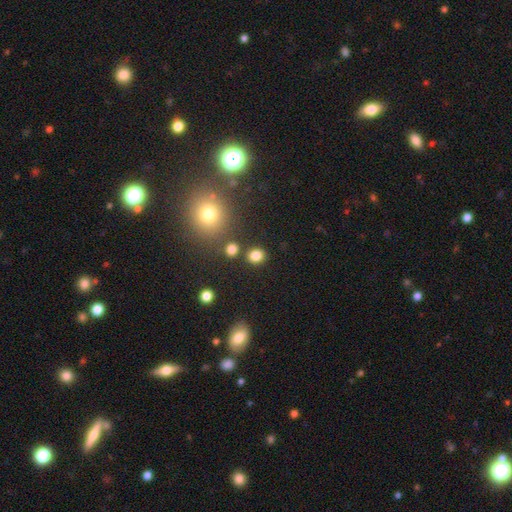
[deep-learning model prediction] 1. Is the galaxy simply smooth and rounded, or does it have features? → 82% smooth, 13% star or artifact, 5% featured or disk.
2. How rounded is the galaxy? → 75% round, 24% in between, 1% cigar-shaped.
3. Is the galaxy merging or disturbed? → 83% none, 7% minor disturbance, 6% merger, 3% major disturbance.